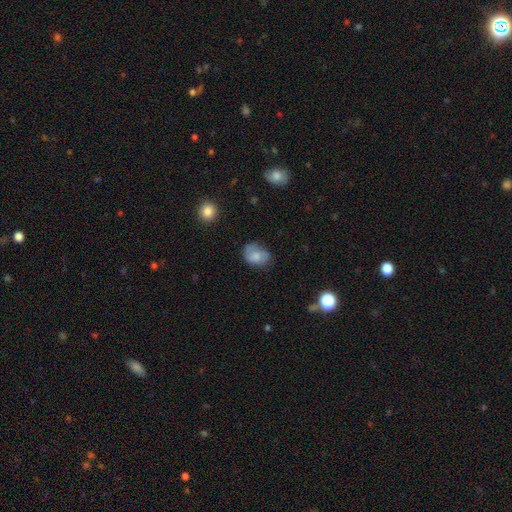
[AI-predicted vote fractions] Q: Smooth or featured?
A: smooth (69%); runner-up: featured or disk (22%)
Q: How rounded?
A: in between (71%); runner-up: round (28%)
Q: Merging?
A: none (53%); runner-up: minor disturbance (32%)